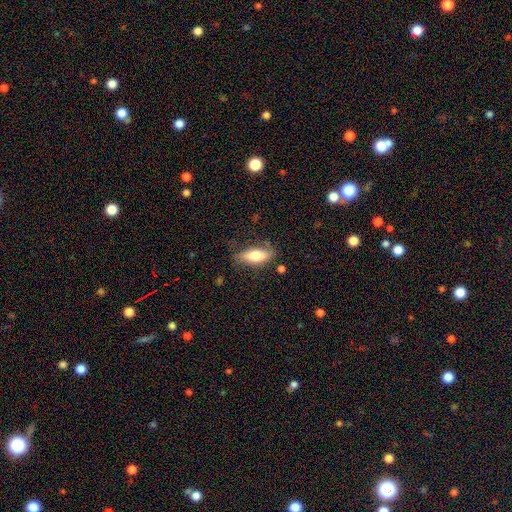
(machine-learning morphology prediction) Overall: smooth (71%). How rounded: in between (72%). Merging: none (69%).